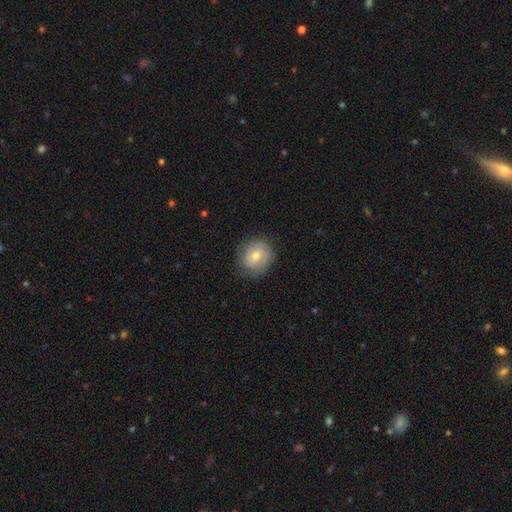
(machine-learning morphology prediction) Overall: featured or disk (55%; smooth 38%). Edge-on disk: no (97%). Bar: no (58%; weak 36%). Spiral arms: yes (84%). Bulge size: moderate (53%; small 43%). Merging: none (79%).